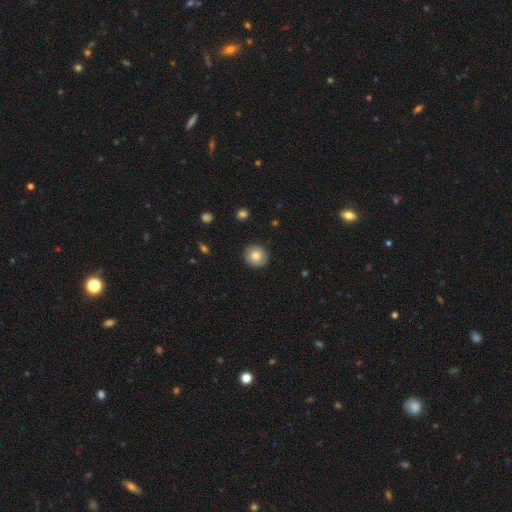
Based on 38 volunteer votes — smooth_or_featured: smooth (p=0.87) [alt: featured or disk p=0.13]
how_rounded: round (p=0.88) [alt: in between p=0.12]
merging: none (p=0.97) [alt: minor disturbance p=0.03]